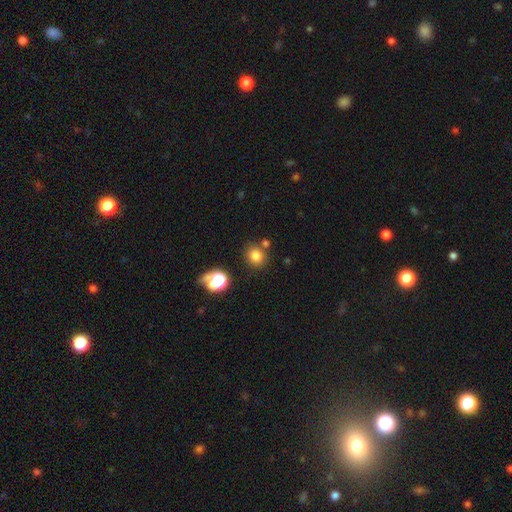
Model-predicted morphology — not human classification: A smooth galaxy with no disk features (78%) that is round (82%).

Vote fractions:
- Smooth or featured? smooth: 78% / star or artifact: 16% / featured or disk: 7%
- How rounded? round: 82% / in between: 17% / cigar-shaped: 1%
- Merging? none: 76% / merger: 10% / minor disturbance: 10% / major disturbance: 4%